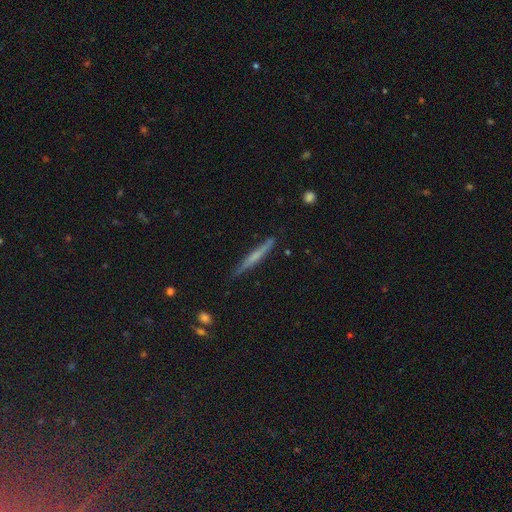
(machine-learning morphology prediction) Q: Smooth or featured?
A: featured or disk (50%); runner-up: smooth (43%)
Q: Merging?
A: none (86%); runner-up: minor disturbance (11%)